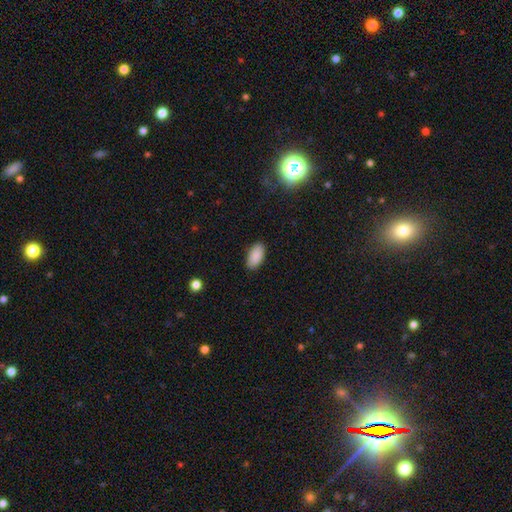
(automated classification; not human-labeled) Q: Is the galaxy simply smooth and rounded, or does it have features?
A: smooth — 90%.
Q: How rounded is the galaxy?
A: in between — 94%.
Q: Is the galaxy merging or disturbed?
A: none — 88%.